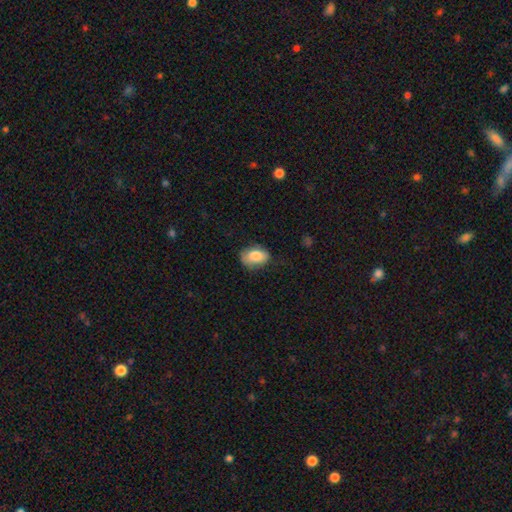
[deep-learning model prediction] Smooth or featured? Predicted: smooth (p=0.83). How rounded? Predicted: in between (p=0.83). Merging? Predicted: none (p=0.64).